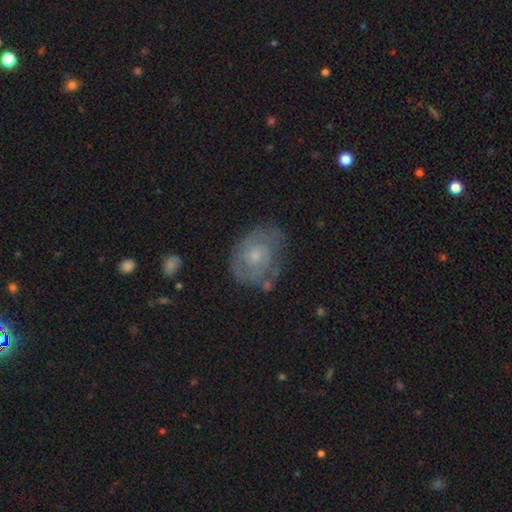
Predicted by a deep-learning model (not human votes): A featured or disk galaxy (62%) with no bar (79%), spiral arms (74%) and a small central bulge (58%). Merging: none (62%).